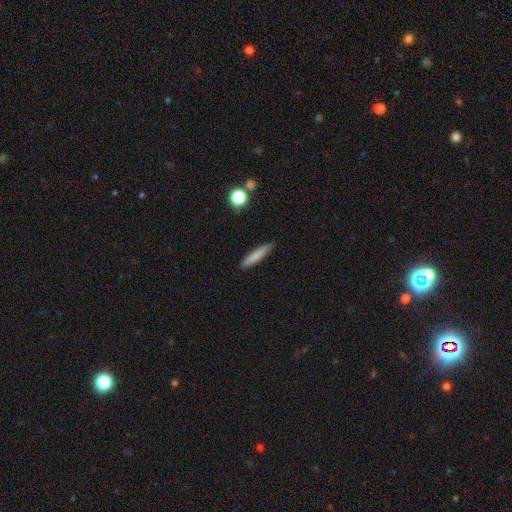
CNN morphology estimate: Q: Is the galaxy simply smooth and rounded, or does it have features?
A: smooth — 79%.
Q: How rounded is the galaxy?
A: cigar-shaped — 89%.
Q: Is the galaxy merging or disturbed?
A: none — 88%.